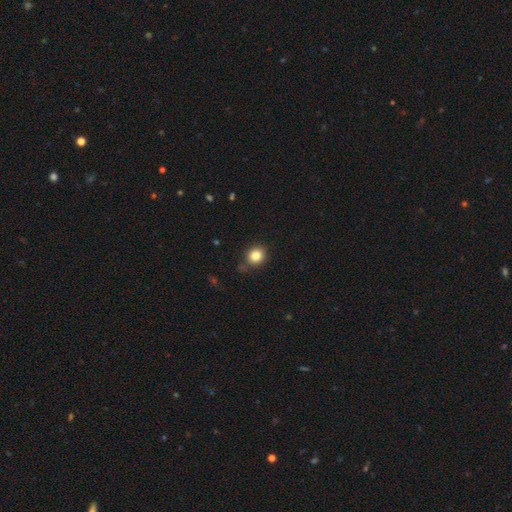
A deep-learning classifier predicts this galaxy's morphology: This is clearly a smooth galaxy (82%). How rounded: likely round (77%). Merging: likely none (78%).